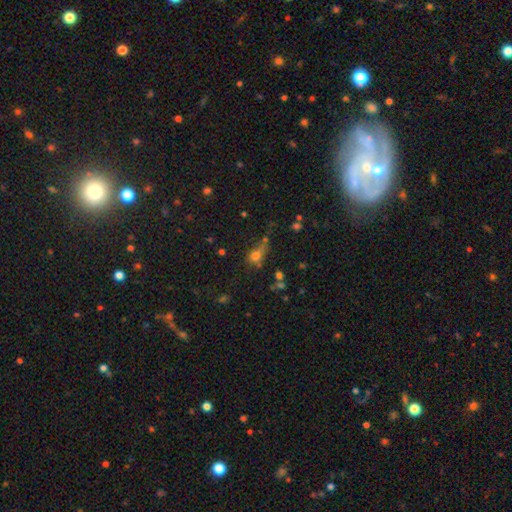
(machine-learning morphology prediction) Smooth or featured: smooth — 71% (star or artifact — 18%)
How rounded: in between — 56% (round — 38%)
Merging: none — 43% (minor disturbance — 24%)